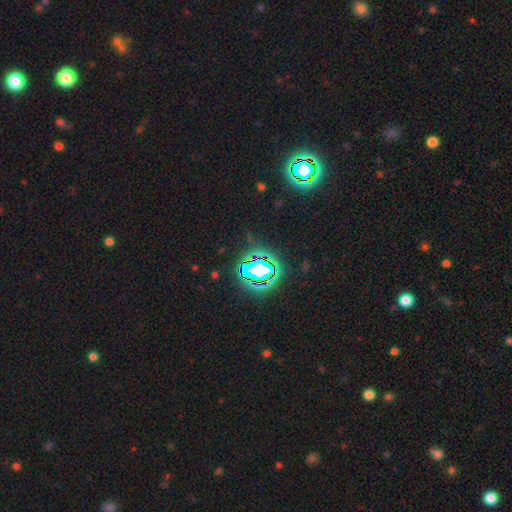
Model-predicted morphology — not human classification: A star or artifact, not a galaxy (84%).